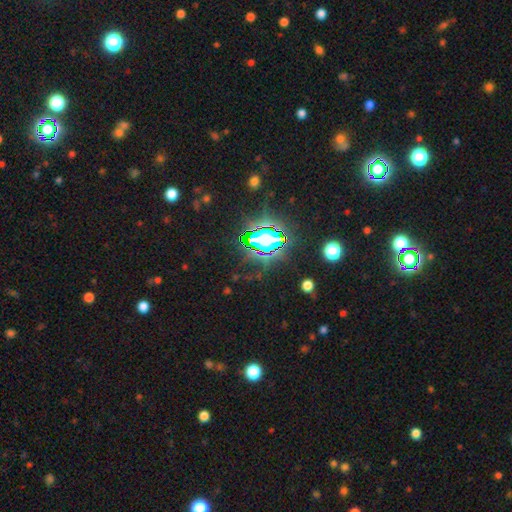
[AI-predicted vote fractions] Morphology: type=star or artifact (81%).